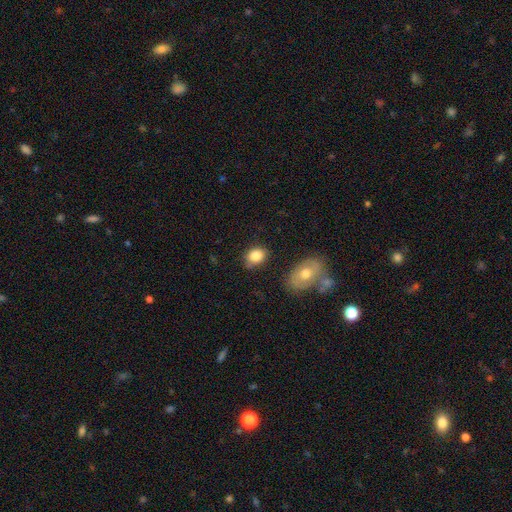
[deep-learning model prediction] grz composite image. It shows a smooth galaxy with no disk features (84%) that is in between round and cigar-shaped (63%). Merging: none (74%).